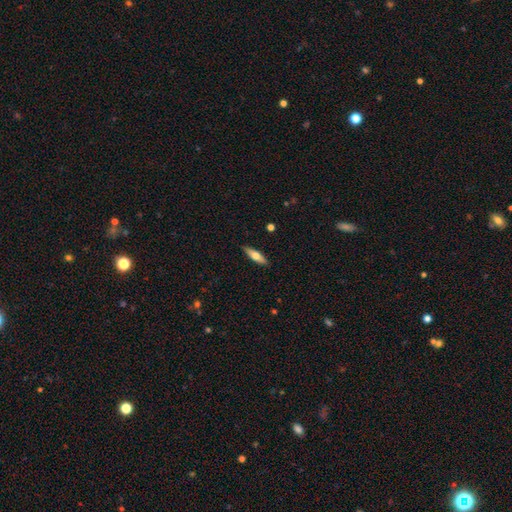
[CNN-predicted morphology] smooth 56%, featured or disk 38%, star or artifact 6%. Down the decision tree: how rounded — cigar-shaped (60%); merging — none (89%).